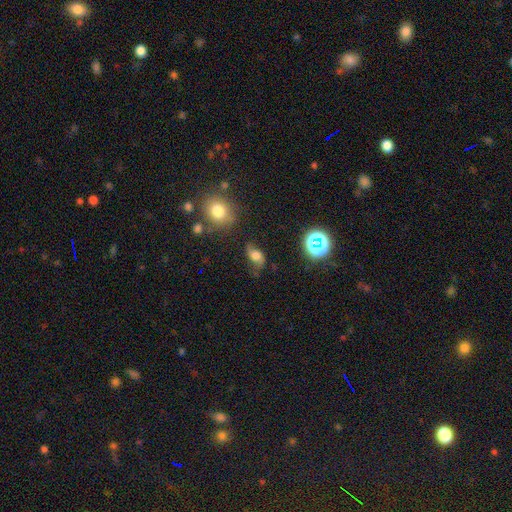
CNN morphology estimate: This is marginally a smooth galaxy (44%). Merging: possibly none (58%).